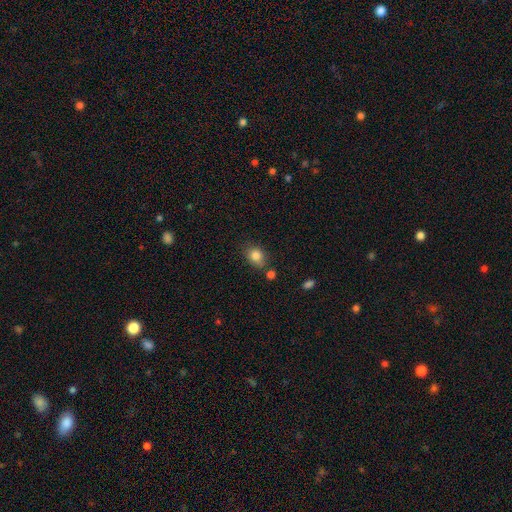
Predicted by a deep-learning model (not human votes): A smooth galaxy with no disk features (83%) that is in between round and cigar-shaped (51%). Merging: none (66%).